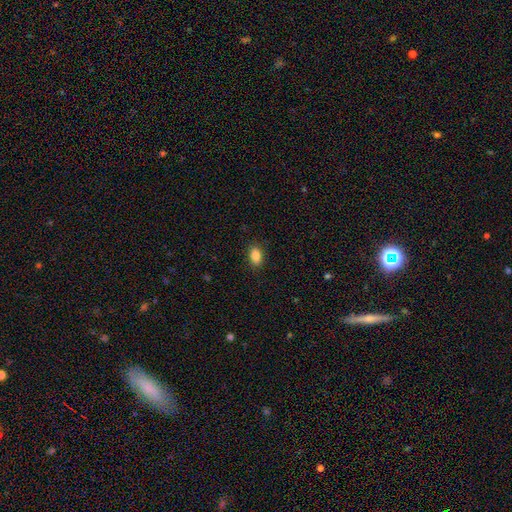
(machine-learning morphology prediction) The model was most divided on "smooth or featured": smooth: 86%, star or artifact: 8%, featured or disk: 6%. More confident: how rounded — in between (88%); merging — none (88%).